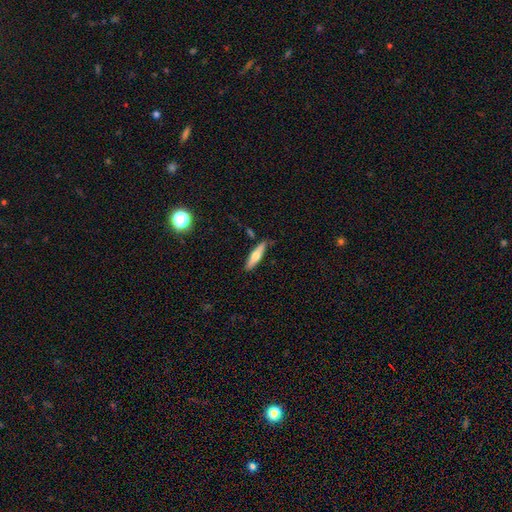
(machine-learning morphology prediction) The model was most divided on "smooth or featured": smooth: 52%, featured or disk: 41%, star or artifact: 6%. More confident: merging — none (79%); how rounded — cigar-shaped (74%).